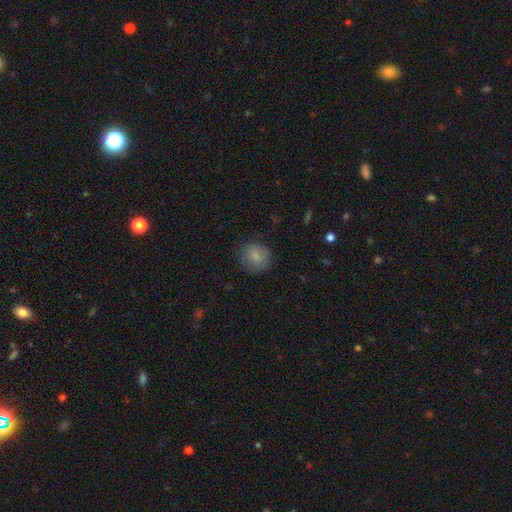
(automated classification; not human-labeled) Overall: smooth (83%). How rounded: round (77%). Merging: none (79%).